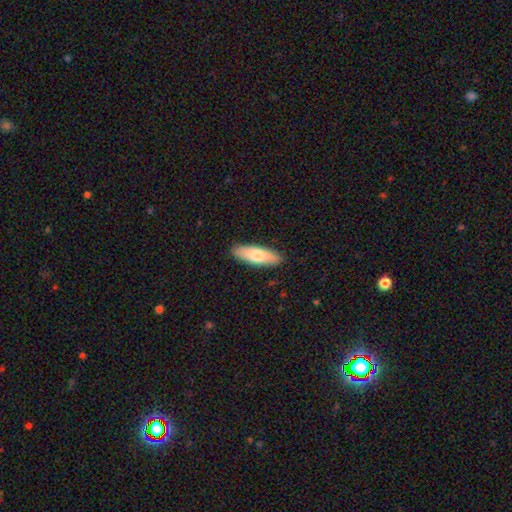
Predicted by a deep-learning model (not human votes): The model was most divided on "how rounded" (2-way tie): in between: 49%, cigar-shaped: 49%, round: 2%. More confident: merging — none (90%); smooth or featured — smooth (70%).